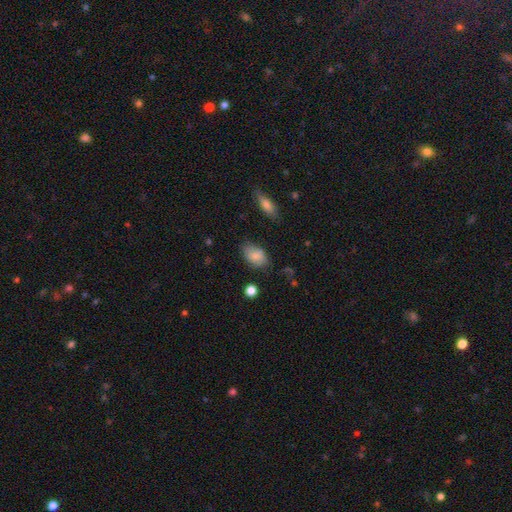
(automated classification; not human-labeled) Smooth or featured? Predicted: smooth (p=0.81). How rounded? Predicted: in between (p=0.87). Merging? Predicted: none (p=0.68).